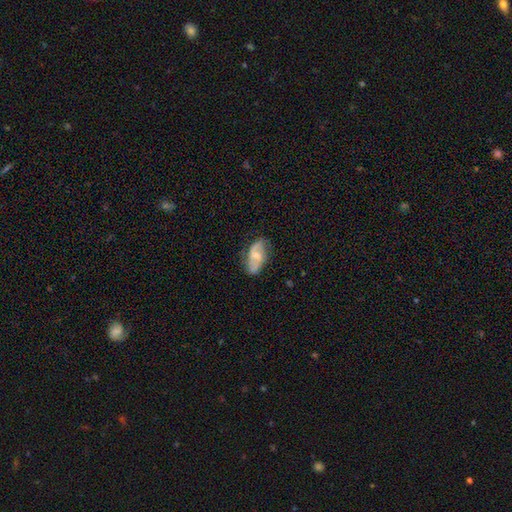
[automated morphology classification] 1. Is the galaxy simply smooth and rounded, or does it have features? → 59% featured or disk, 35% smooth, 7% star or artifact.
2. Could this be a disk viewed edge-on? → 95% no, 5% yes.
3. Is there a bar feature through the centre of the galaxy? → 46% no, 43% weak, 11% strong.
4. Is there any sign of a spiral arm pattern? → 84% yes, 16% no.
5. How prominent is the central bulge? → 46% moderate, 41% small, 8% none, 4% large, 1% dominant.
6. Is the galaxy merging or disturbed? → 66% none, 24% minor disturbance, 8% major disturbance, 2% merger.